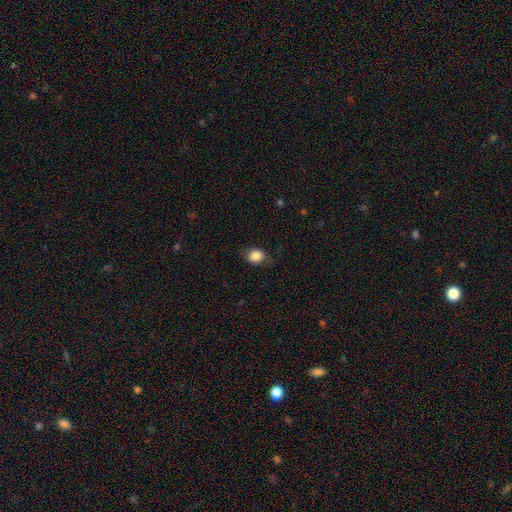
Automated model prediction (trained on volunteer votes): smooth_or_featured: smooth (p=0.83) [alt: star or artifact p=0.09]
how_rounded: round (p=0.60) [alt: in between p=0.39]
merging: none (p=0.75) [alt: minor disturbance p=0.19]